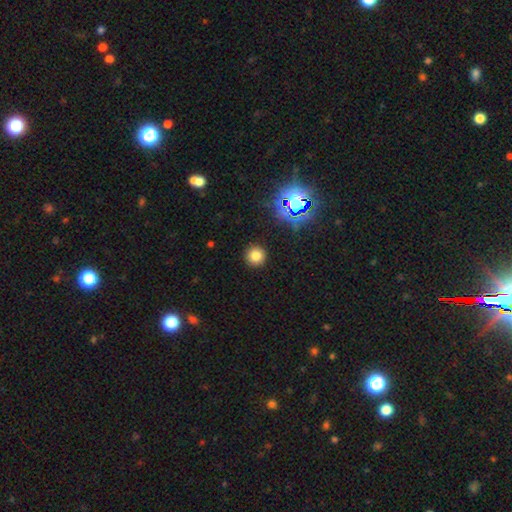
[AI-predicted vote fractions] Smooth or featured?
  - smooth: 76% *
  - star or artifact: 18%
  - featured or disk: 6%
How rounded?
  - round: 95% *
  - in between: 4%
  - cigar-shaped: 1%
Merging?
  - none: 91% *
  - minor disturbance: 6%
  - major disturbance: 2%
  - merger: 1%